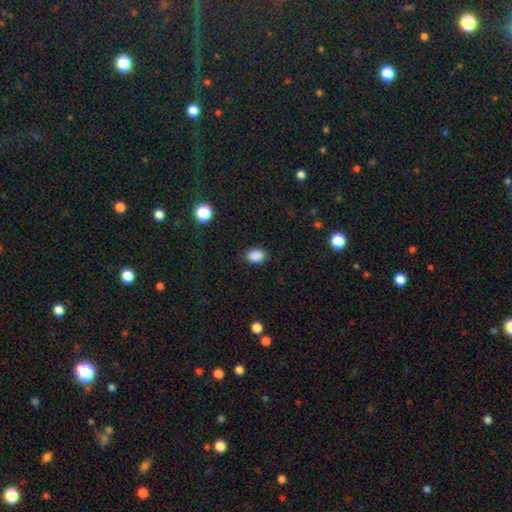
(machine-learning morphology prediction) Q: Smooth or featured?
A: smooth (88%); runner-up: star or artifact (10%)
Q: How rounded?
A: in between (73%); runner-up: round (26%)
Q: Merging?
A: none (86%); runner-up: minor disturbance (10%)